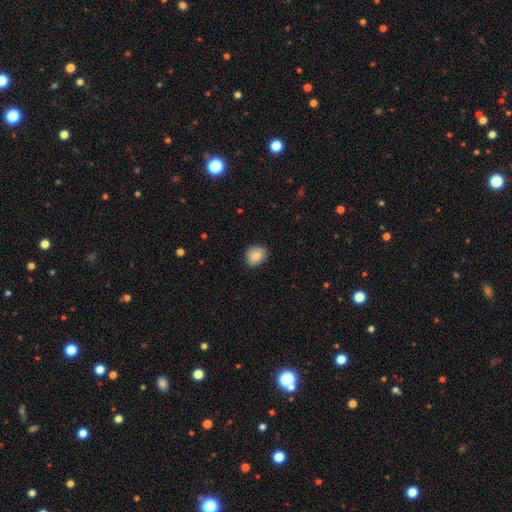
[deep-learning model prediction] smooth 82%, featured or disk 10%, star or artifact 8%. Down the decision tree: how rounded — round (60%); merging — none (79%).